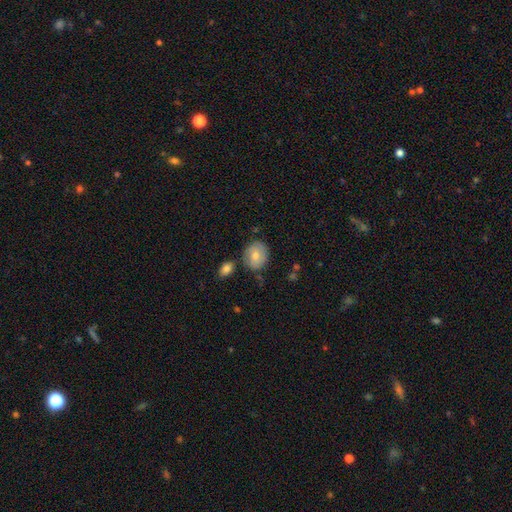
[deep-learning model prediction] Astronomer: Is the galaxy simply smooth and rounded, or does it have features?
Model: smooth — 61%.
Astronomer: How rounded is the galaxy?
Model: round — 65%.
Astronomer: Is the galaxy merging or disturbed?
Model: none — 70%.